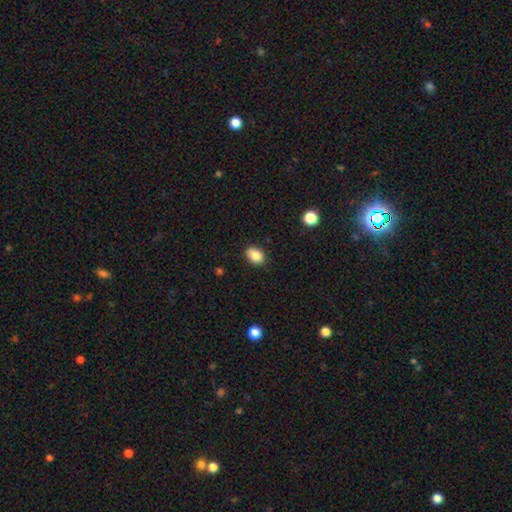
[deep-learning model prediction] A smooth galaxy with no disk features (84%) that is in between round and cigar-shaped (70%). Merging: none (82%).